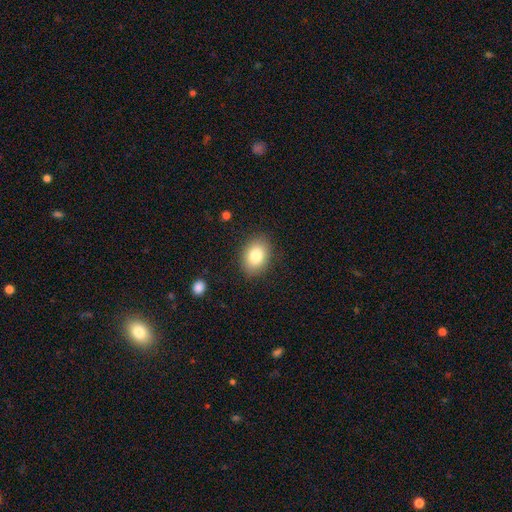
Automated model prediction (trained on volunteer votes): Q: Smooth or featured?
A: smooth (83%); runner-up: featured or disk (9%)
Q: How rounded?
A: in between (73%); runner-up: round (26%)
Q: Merging?
A: none (86%); runner-up: minor disturbance (10%)